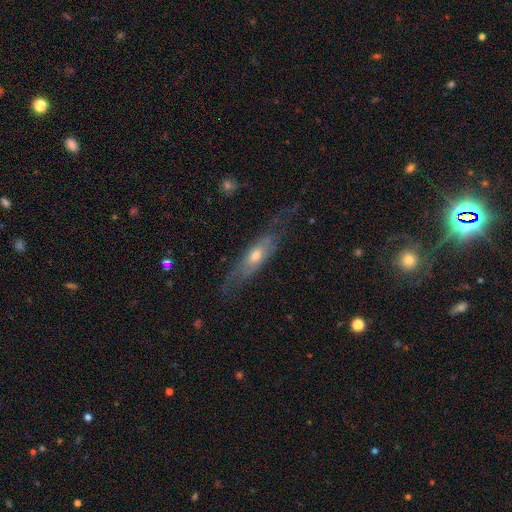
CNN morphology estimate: Overall: featured or disk (59%; smooth 34%). Edge-on disk: no (52%; yes 48%). Merging: none (62%; minor disturbance 23%).